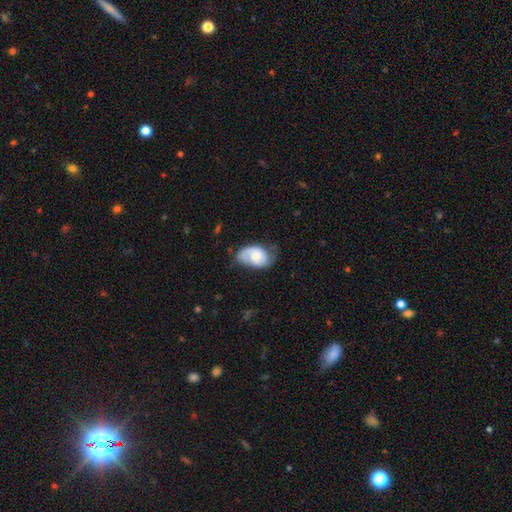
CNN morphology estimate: featured or disk 48%, smooth 45%, star or artifact 7%. Down the decision tree: merging — none (44%).